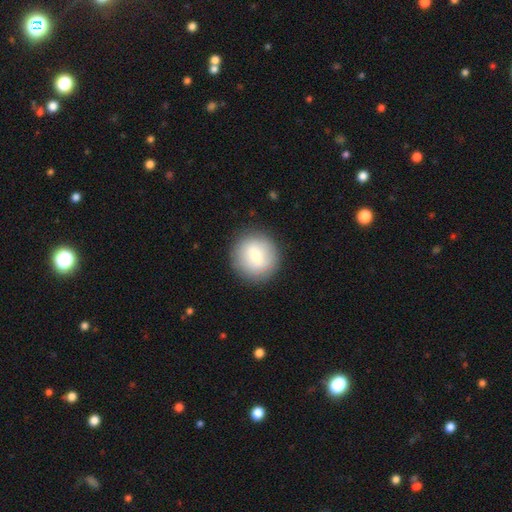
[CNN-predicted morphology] Smooth or featured? Predicted: smooth (p=0.69). How rounded? Predicted: round (p=0.93). Merging? Predicted: none (p=0.88).